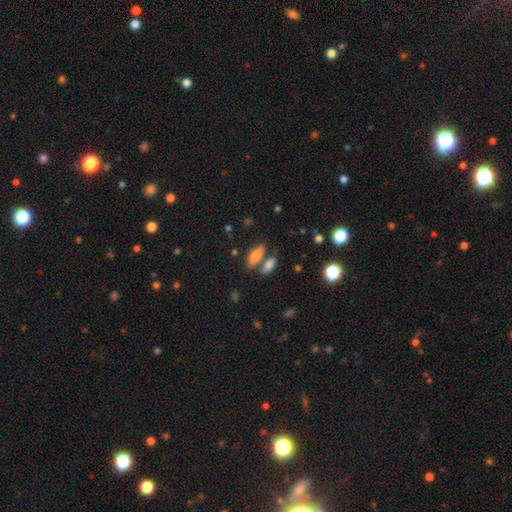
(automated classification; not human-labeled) Morphology: type=smooth (77%); roundness=in between (69%); merging=none (53%).